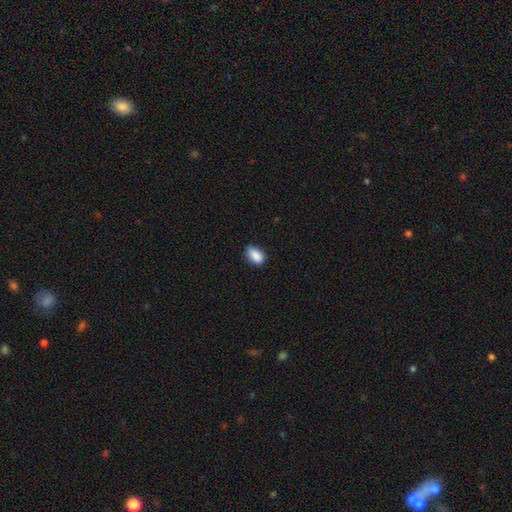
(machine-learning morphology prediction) The model was most divided on "merging": none: 69%, minor disturbance: 26%, major disturbance: 3%, merger: 1%. More confident: how rounded — in between (89%); smooth or featured — smooth (88%).